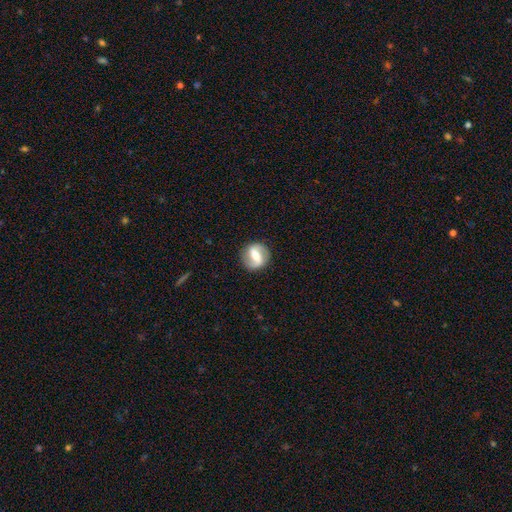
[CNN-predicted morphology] Smooth or featured? featured or disk (70%)
Edge-on disk? no (96%)
Bar? strong (60%)
Spiral arms? yes (83%)
Spiral winding? loose (40%)
Spiral arm count? 2 (86%)
Bulge size? moderate (36%)
Merging? none (83%)